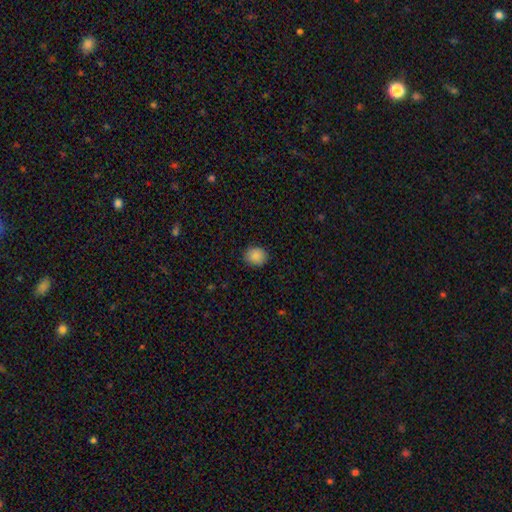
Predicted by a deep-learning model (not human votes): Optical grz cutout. It shows a smooth galaxy with no disk features (87%) that is round (82%). Merging: none (89%).